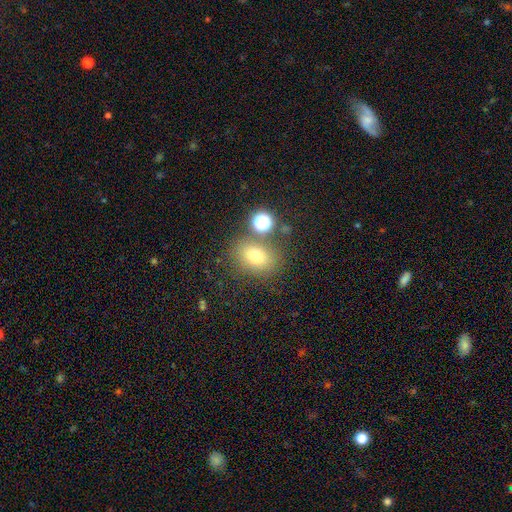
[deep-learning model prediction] Q: Smooth or featured?
A: smooth (70%); runner-up: star or artifact (16%)
Q: How rounded?
A: in between (58%); runner-up: round (41%)
Q: Merging?
A: none (71%); runner-up: minor disturbance (12%)